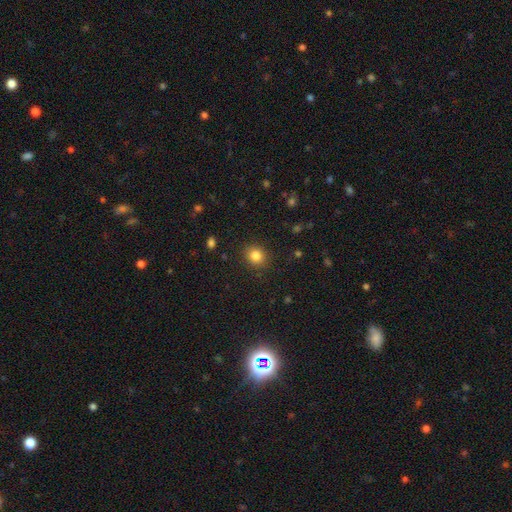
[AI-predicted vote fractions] smooth_or_featured: smooth (p=0.84) [alt: star or artifact p=0.11]
how_rounded: round (p=0.77) [alt: in between p=0.22]
merging: none (p=0.88) [alt: minor disturbance p=0.08]